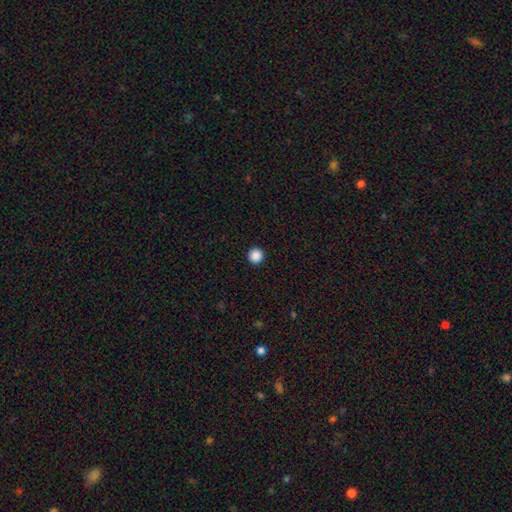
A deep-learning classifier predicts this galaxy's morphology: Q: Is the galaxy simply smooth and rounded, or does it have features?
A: smooth — 87%.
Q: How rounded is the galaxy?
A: round — 97%.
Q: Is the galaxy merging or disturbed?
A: none — 94%.